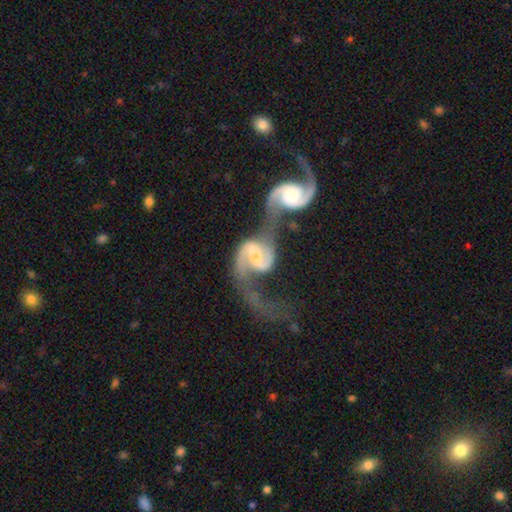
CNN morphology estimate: A featured or disk galaxy (90%) with a weak bar (48%), 2 (91%) medium (45%) spiral arms (97%) and a moderate central bulge (52%). Merging: merger (72%).